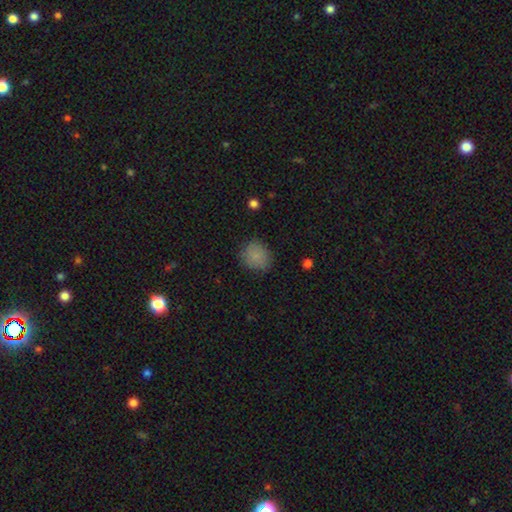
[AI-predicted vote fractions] Smooth or featured? smooth (83%)
How rounded? round (75%)
Merging? none (79%)